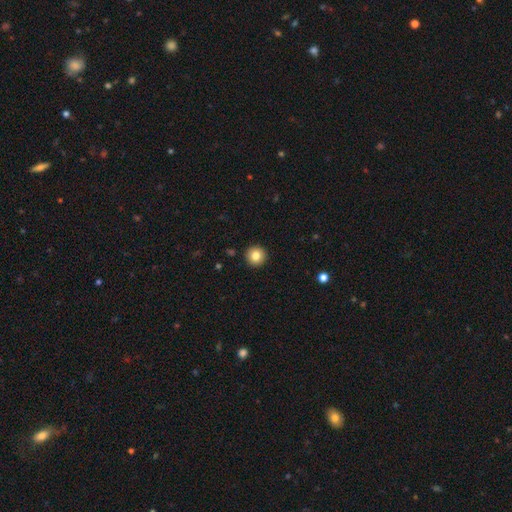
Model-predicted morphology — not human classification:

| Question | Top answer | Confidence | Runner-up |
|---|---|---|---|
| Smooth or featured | smooth | 83% | star or artifact (10%) |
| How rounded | round | 96% | in between (3%) |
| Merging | none | 94% | minor disturbance (4%) |